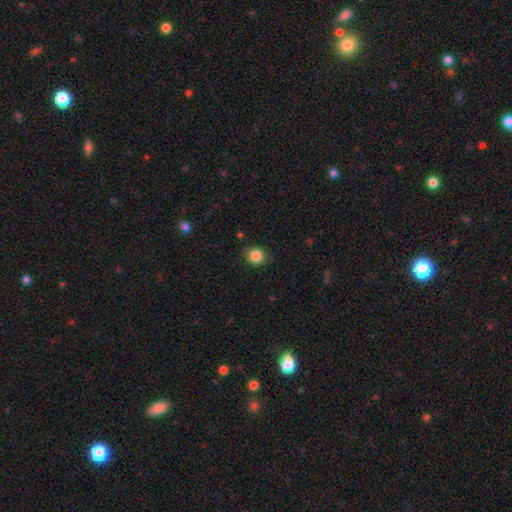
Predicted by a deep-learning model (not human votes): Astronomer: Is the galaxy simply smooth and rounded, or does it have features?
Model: smooth — 86%.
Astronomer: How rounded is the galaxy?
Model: round — 83%.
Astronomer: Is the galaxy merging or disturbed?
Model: none — 87%.